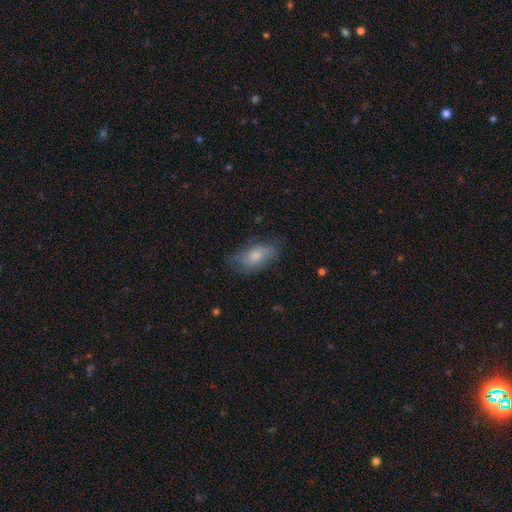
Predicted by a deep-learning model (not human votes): This appears to be a smooth galaxy with no disk features (69%) that is in between round and cigar-shaped (89%). Merging: none (62%).